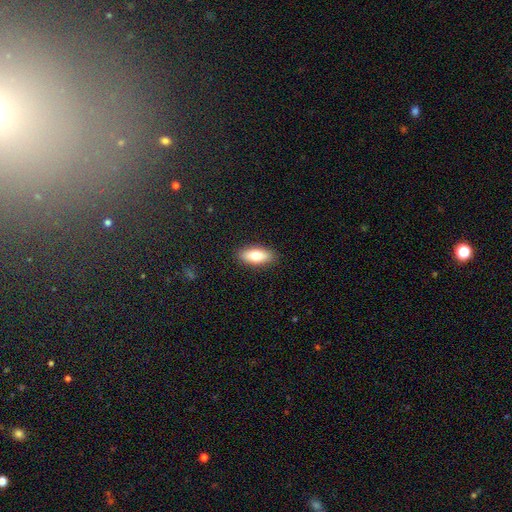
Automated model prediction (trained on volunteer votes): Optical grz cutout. It shows a smooth galaxy with no disk features (74%) that is in between round and cigar-shaped (84%). Merging: none (89%).